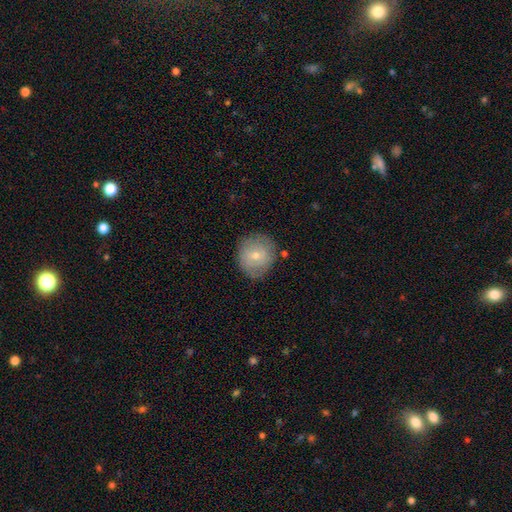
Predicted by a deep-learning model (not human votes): Smooth or featured: smooth — 65% (featured or disk — 28%)
How rounded: round — 86% (in between — 13%)
Merging: none — 79% (minor disturbance — 16%)